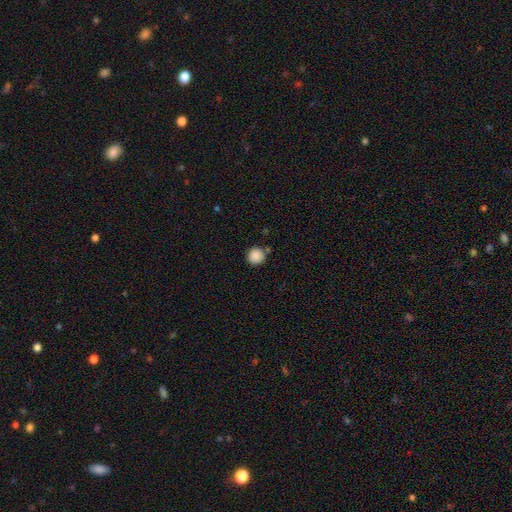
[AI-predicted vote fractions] smooth-or-featured: smooth: 88% | star or artifact: 9% | featured or disk: 3%
  how-rounded: round: 93% | in between: 6% | cigar-shaped: 1%
  merging: none: 81% | minor disturbance: 10% | merger: 6% | major disturbance: 3%